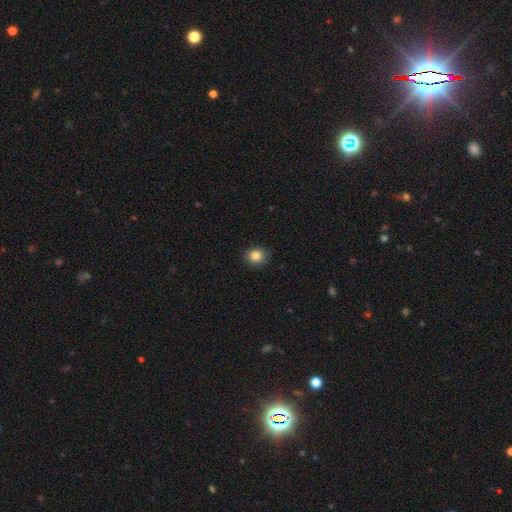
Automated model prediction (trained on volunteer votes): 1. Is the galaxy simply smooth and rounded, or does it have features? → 85% smooth, 10% star or artifact, 5% featured or disk.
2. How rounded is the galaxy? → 76% round, 23% in between, 1% cigar-shaped.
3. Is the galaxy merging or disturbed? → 86% none, 10% minor disturbance, 2% major disturbance, 1% merger.